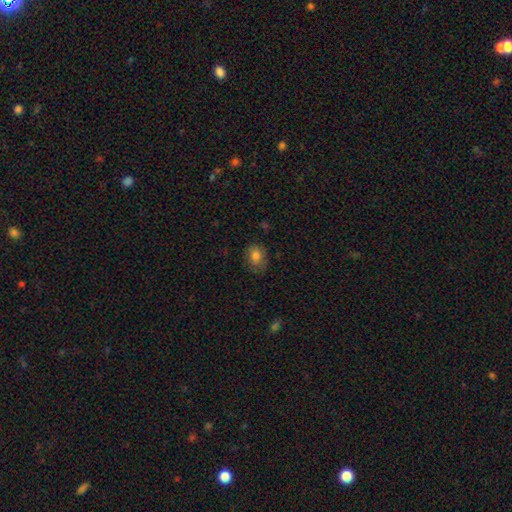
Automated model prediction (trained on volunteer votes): This is clearly a smooth galaxy (80%). How rounded: possibly in between (55%). Merging: likely none (71%).